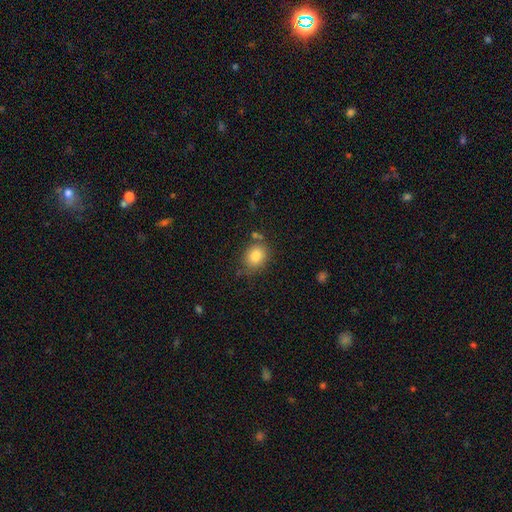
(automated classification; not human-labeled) A smooth galaxy with no disk features (83%) that is round (52%).

Vote fractions:
- Smooth or featured? smooth: 83% / star or artifact: 10% / featured or disk: 8%
- How rounded? round: 52% / in between: 47% / cigar-shaped: 1%
- Merging? none: 73% / minor disturbance: 16% / merger: 7% / major disturbance: 4%